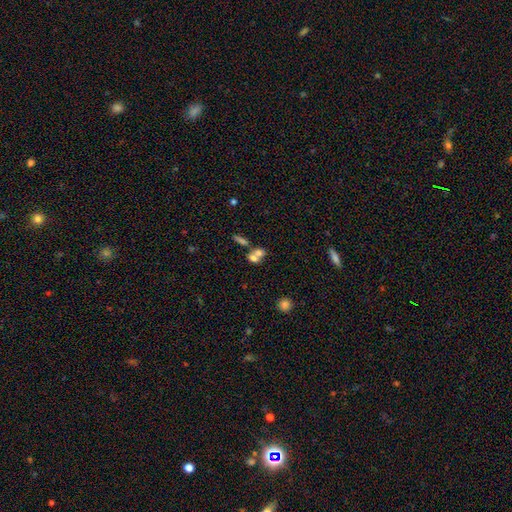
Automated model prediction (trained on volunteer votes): Smooth or featured?
  - smooth: 64% *
  - featured or disk: 24%
  - star or artifact: 13%
How rounded?
  - round: 50% *
  - in between: 46%
  - cigar-shaped: 4%
Merging?
  - merger: 65% *
  - none: 25%
  - minor disturbance: 6%
  - major disturbance: 4%